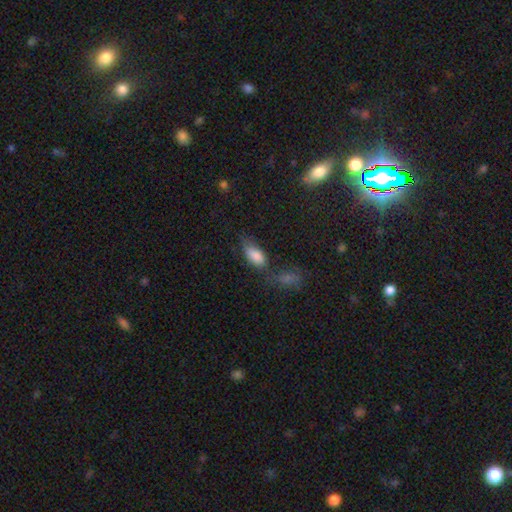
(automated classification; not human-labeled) smooth-or-featured: smooth: 82% | star or artifact: 10% | featured or disk: 8%
  how-rounded: in between: 87% | cigar-shaped: 9% | round: 4%
  merging: none: 44% | minor disturbance: 23% | merger: 22% | major disturbance: 12%